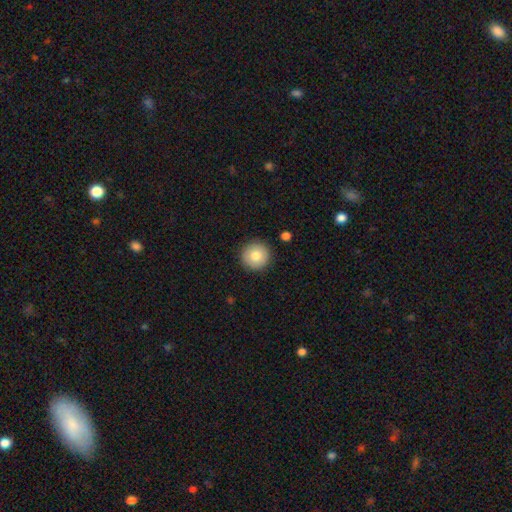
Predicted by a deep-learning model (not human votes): Overall: smooth (81%). How rounded: round (96%). Merging: none (91%).